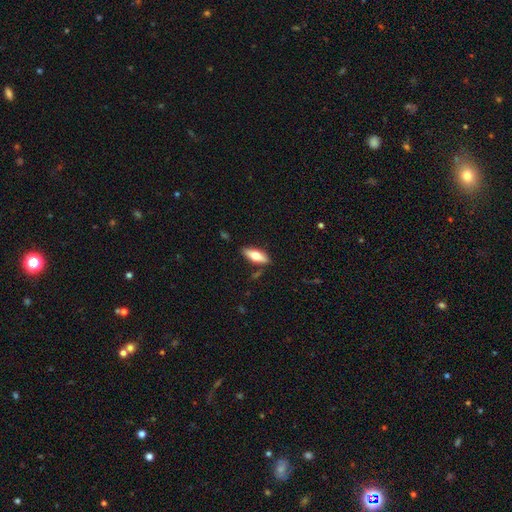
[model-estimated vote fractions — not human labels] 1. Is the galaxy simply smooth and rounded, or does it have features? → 63% smooth, 31% featured or disk, 6% star or artifact.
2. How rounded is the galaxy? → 66% in between, 31% cigar-shaped, 2% round.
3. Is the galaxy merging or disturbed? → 83% none, 12% minor disturbance, 3% merger, 2% major disturbance.